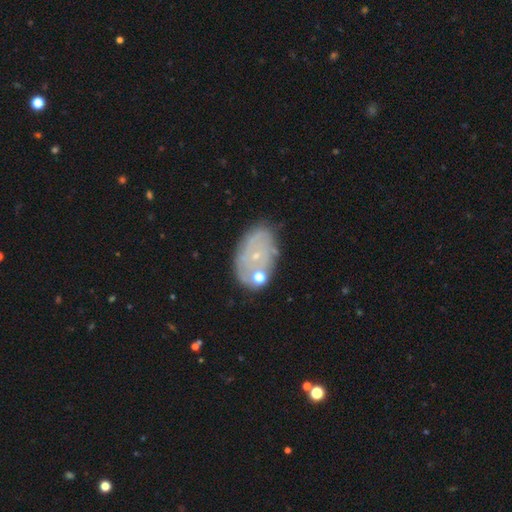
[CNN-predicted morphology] Smooth or featured? featured or disk (54%)
Edge-on disk? no (94%)
Bar? no (86%)
Spiral arms? yes (55%)
Bulge size? small (84%)
Merging? none (69%)